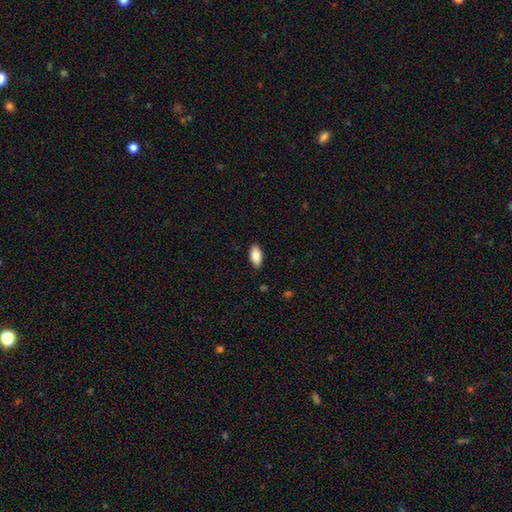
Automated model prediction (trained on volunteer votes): A smooth galaxy with no disk features (85%) that is in between round and cigar-shaped (92%). Merging: none (89%).